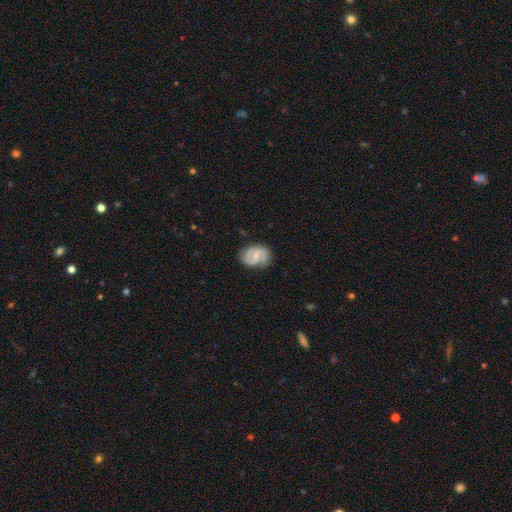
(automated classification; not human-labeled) featured or disk 66%, smooth 28%, star or artifact 6%. Down the decision tree: edge-on disk — no (97%); bar — weak (47%); spiral arms — yes (90%); spiral arm count — 2 (76%); spiral winding — medium (47%); bulge size — small (58%); merging — none (70%).